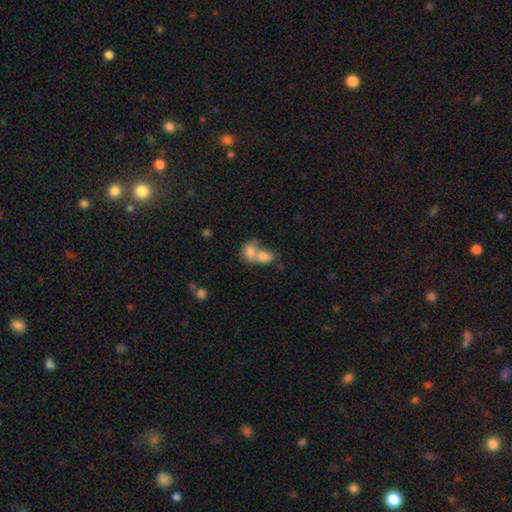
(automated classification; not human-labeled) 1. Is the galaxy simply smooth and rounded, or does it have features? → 66% smooth, 20% featured or disk, 15% star or artifact.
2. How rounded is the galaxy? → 49% in between (tied), 49% round (tied), 2% cigar-shaped.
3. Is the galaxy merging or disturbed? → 71% merger, 20% none, 5% minor disturbance, 4% major disturbance.